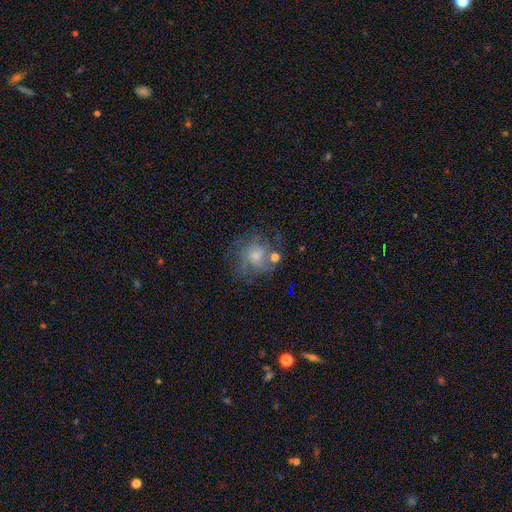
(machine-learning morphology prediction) The model was most divided on "bulge size": moderate: 43%, small: 41%, none: 8%, large: 6%, dominant: 2%. More confident: edge-on disk — no (97%); bar — no (77%); spiral arms — yes (69%); merging — none (62%); smooth or featured — featured or disk (52%).